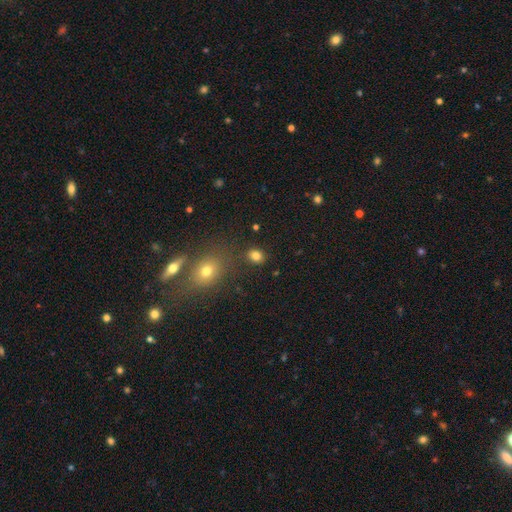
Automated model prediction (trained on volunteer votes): Smooth or featured? smooth (80%)
How rounded? round (51%)
Merging? none (80%)